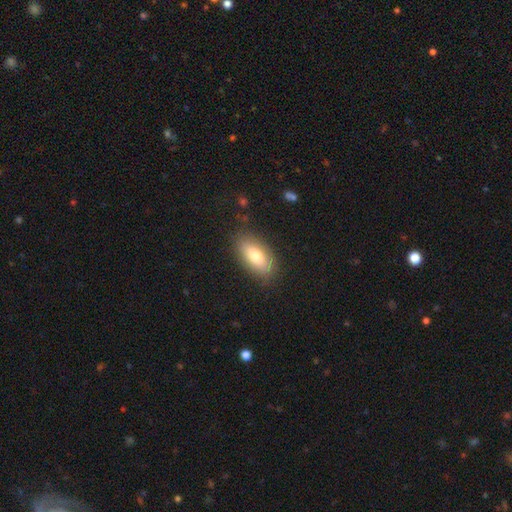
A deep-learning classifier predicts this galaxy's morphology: type=smooth (76%); roundness=in between (88%); merging=none (84%).